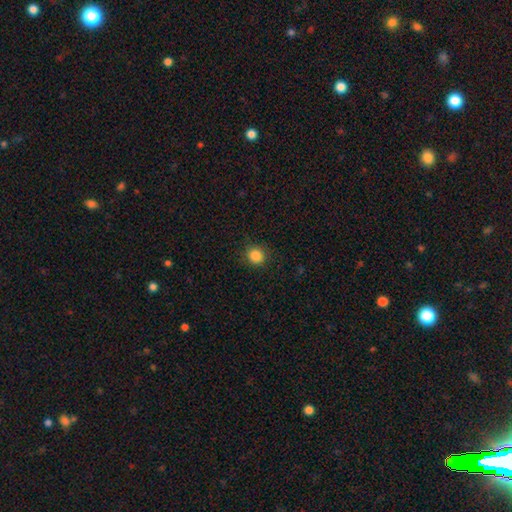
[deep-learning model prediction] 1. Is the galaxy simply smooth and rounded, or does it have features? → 86% smooth, 11% star or artifact, 3% featured or disk.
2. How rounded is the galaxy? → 91% round, 8% in between, 1% cigar-shaped.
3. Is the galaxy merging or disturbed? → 90% none, 7% minor disturbance, 2% major disturbance, 1% merger.